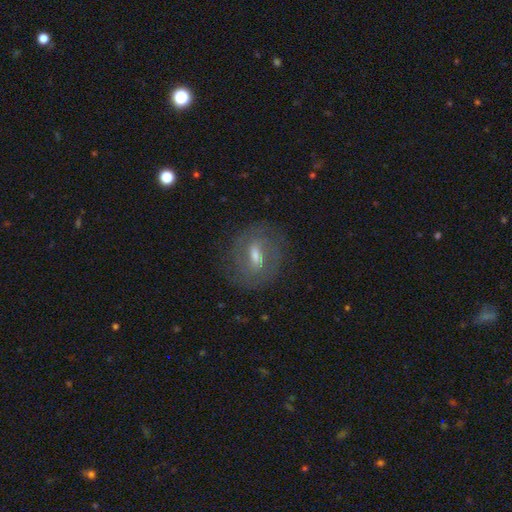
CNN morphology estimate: featured or disk 70%, smooth 21%, star or artifact 9%. Down the decision tree: edge-on disk — no (93%); bar — weak (53%); spiral arms — yes (81%); spiral arm count — 2 (64%); spiral winding — tight (48%); bulge size — moderate (55%); merging — none (80%).